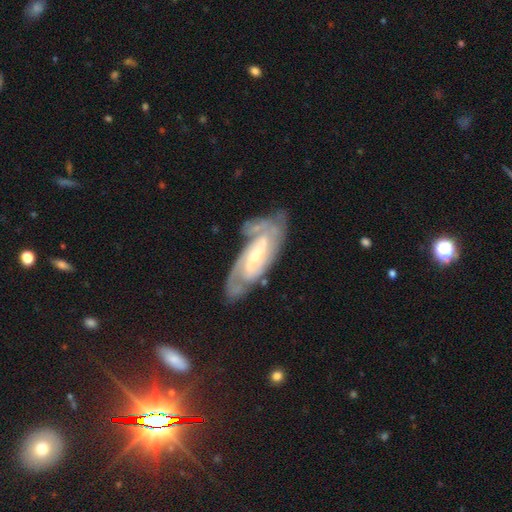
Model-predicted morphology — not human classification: featured or disk 85%, smooth 9%, star or artifact 5%. Down the decision tree: edge-on disk — no (92%); bar — weak (40%); spiral arms — yes (95%); spiral arm count — 2 (50%); spiral winding — tight (54%); bulge size — small (63%); merging — none (65%).